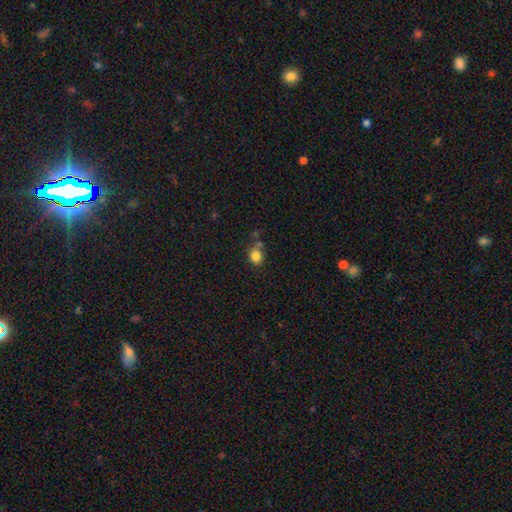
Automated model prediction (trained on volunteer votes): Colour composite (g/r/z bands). It shows a smooth galaxy with no disk features (82%) that is round (54%). Merging: none (61%).